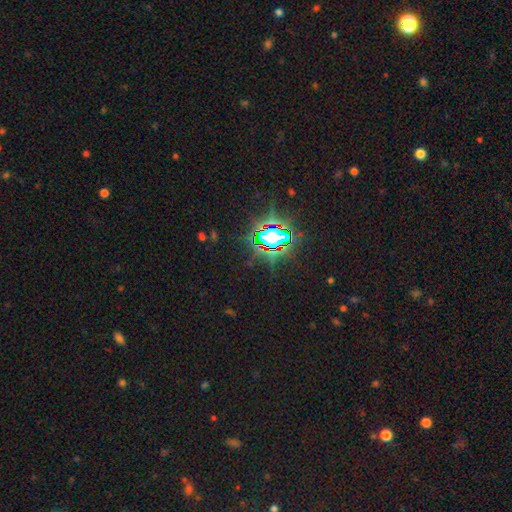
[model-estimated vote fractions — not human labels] A star or artifact, not a galaxy (83%).

Vote fractions:
- Smooth or featured? star or artifact: 83% / smooth: 10% / featured or disk: 7%